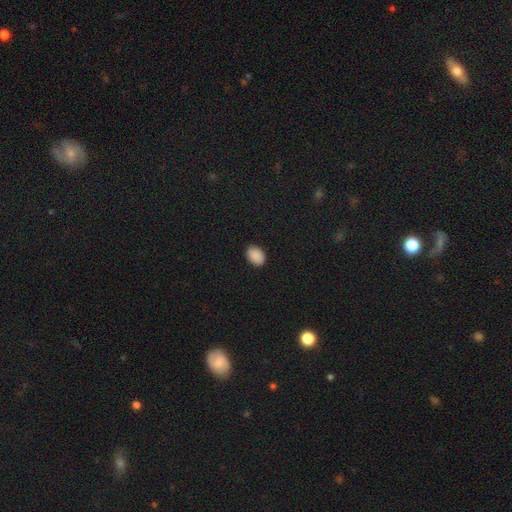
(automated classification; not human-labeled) A smooth galaxy with no disk features (90%) that is in between round and cigar-shaped (81%).

Vote fractions:
- Smooth or featured? smooth: 90% / star or artifact: 8% / featured or disk: 2%
- How rounded? in between: 81% / round: 18% / cigar-shaped: 1%
- Merging? none: 89% / minor disturbance: 8% / major disturbance: 2% / merger: 1%